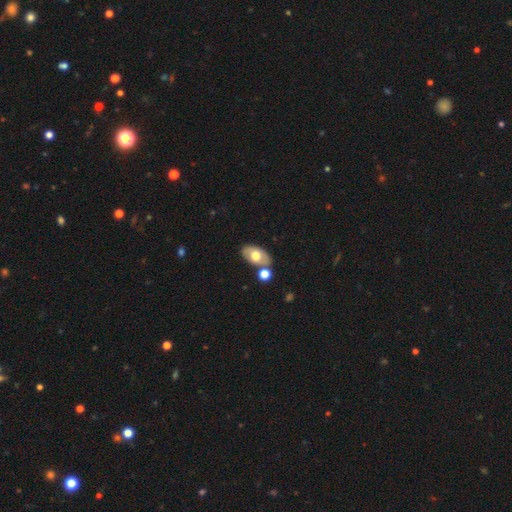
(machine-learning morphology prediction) type=smooth (63%); roundness=in between (91%); merging=none (69%).